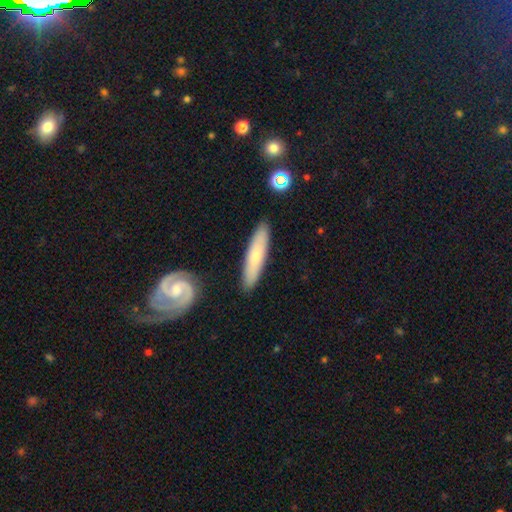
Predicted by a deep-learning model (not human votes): Q: Smooth or featured?
A: smooth (54%); runner-up: featured or disk (41%)
Q: How rounded?
A: cigar-shaped (85%); runner-up: in between (14%)
Q: Merging?
A: none (87%); runner-up: minor disturbance (9%)